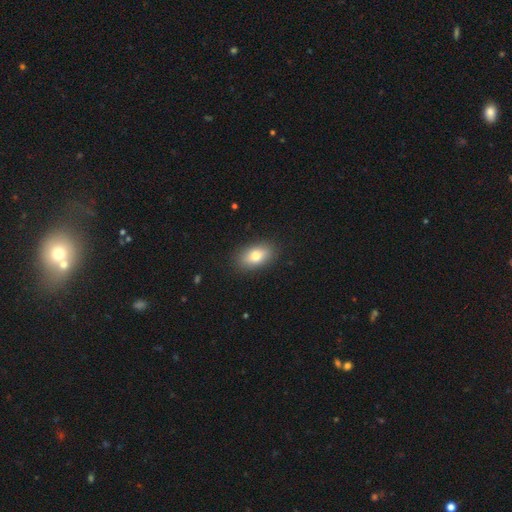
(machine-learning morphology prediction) This appears to be a smooth galaxy with no disk features (76%) that is in between round and cigar-shaped (87%). Merging: none (88%).